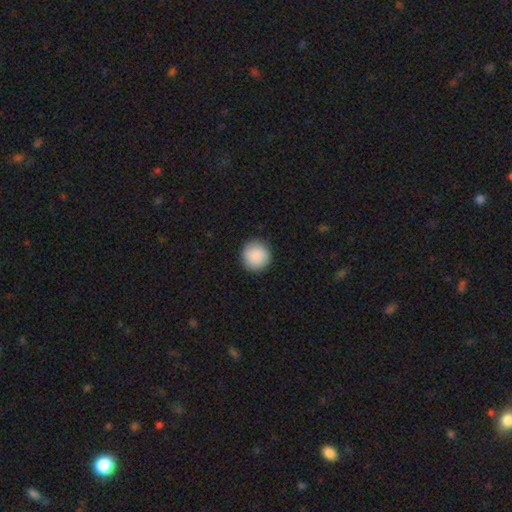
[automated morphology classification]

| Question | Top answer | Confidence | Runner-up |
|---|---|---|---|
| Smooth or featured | smooth | 89% | star or artifact (7%) |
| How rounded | round | 95% | in between (4%) |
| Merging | none | 91% | minor disturbance (6%) |